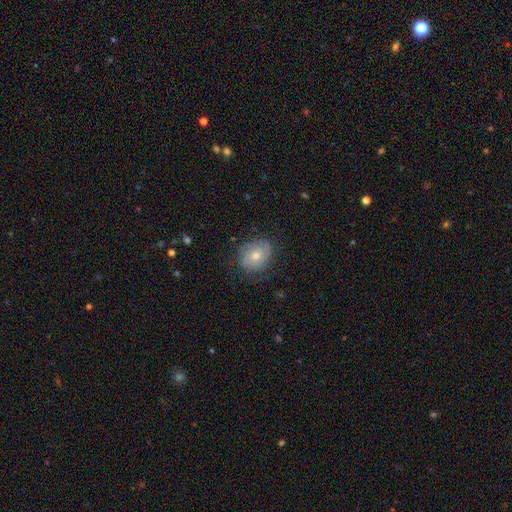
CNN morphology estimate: Q: Smooth or featured?
A: smooth (54%); runner-up: featured or disk (38%)
Q: How rounded?
A: round (60%); runner-up: in between (39%)
Q: Merging?
A: none (72%); runner-up: minor disturbance (20%)